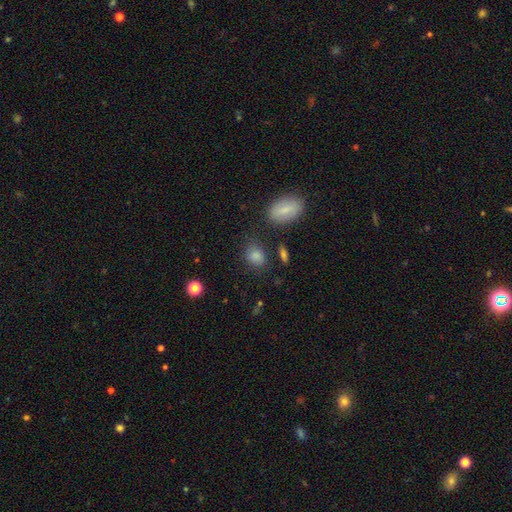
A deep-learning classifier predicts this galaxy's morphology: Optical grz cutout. It shows a smooth galaxy with no disk features (80%) that is in between round and cigar-shaped (62%). Merging: none (76%).